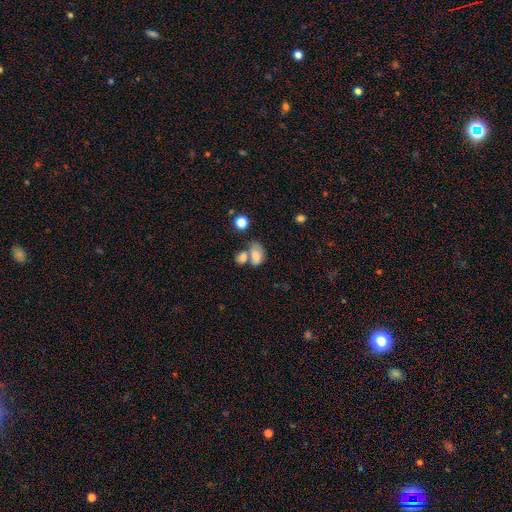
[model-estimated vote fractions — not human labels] This is likely a smooth galaxy (76%). How rounded: clearly in between (85%). Merging: possibly merger (47%).